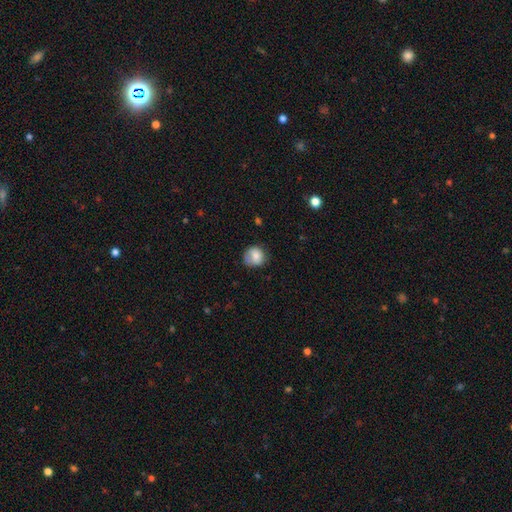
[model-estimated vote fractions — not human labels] smooth_or_featured: smooth (p=0.75) [alt: featured or disk p=0.17]
how_rounded: round (p=0.80) [alt: in between p=0.19]
merging: none (p=0.62) [alt: minor disturbance p=0.26]